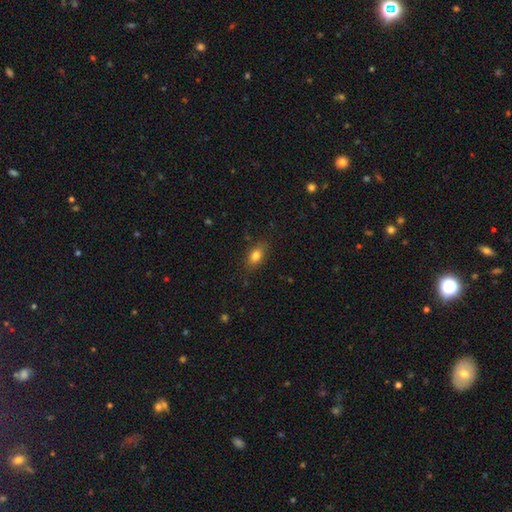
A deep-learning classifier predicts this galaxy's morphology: Smooth or featured: smooth — 80% (featured or disk — 11%)
How rounded: in between — 83% (round — 11%)
Merging: none — 82% (minor disturbance — 14%)